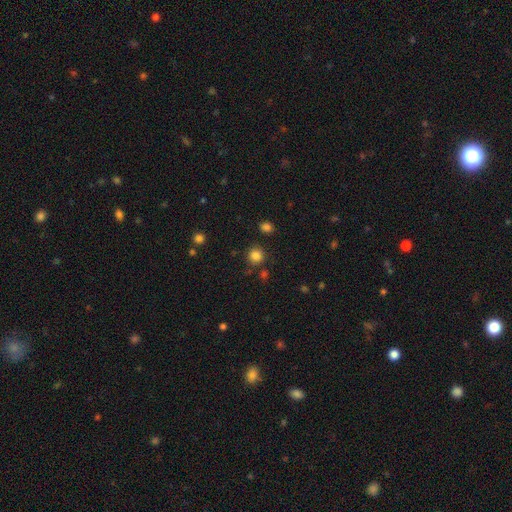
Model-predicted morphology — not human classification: Q: Smooth or featured?
A: smooth (83%); runner-up: star or artifact (13%)
Q: How rounded?
A: round (93%); runner-up: in between (6%)
Q: Merging?
A: none (86%); runner-up: minor disturbance (7%)